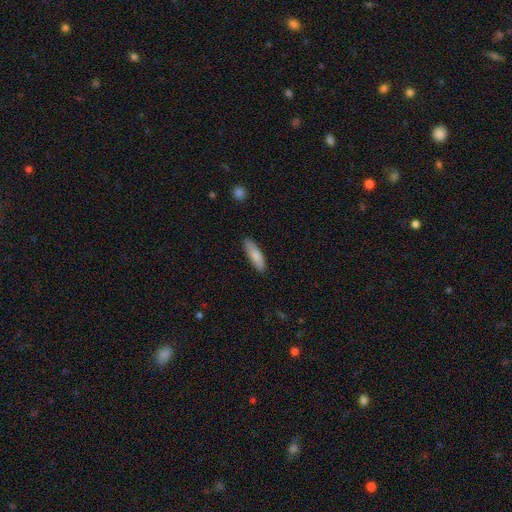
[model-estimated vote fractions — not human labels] Smooth or featured?
  - smooth: 82% *
  - featured or disk: 12%
  - star or artifact: 6%
How rounded?
  - cigar-shaped: 63% *
  - in between: 36%
  - round: 2%
Merging?
  - none: 88% *
  - minor disturbance: 9%
  - major disturbance: 2%
  - merger: 1%